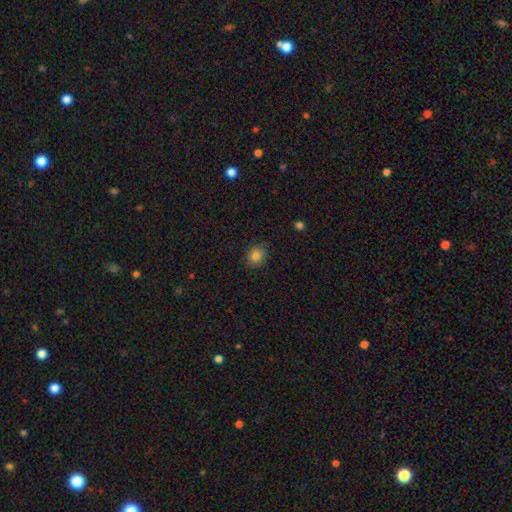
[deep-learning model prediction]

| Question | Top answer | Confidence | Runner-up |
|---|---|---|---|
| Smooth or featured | smooth | 82% | star or artifact (11%) |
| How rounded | round | 68% | in between (31%) |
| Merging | none | 86% | minor disturbance (11%) |